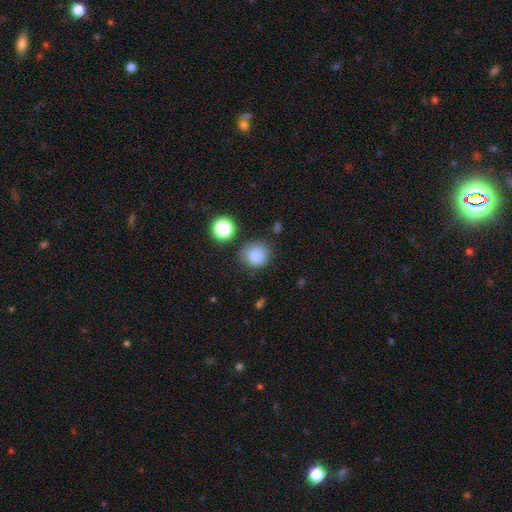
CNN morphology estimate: smooth 84%, star or artifact 11%, featured or disk 5%. Down the decision tree: how rounded — round (90%); merging — none (80%).